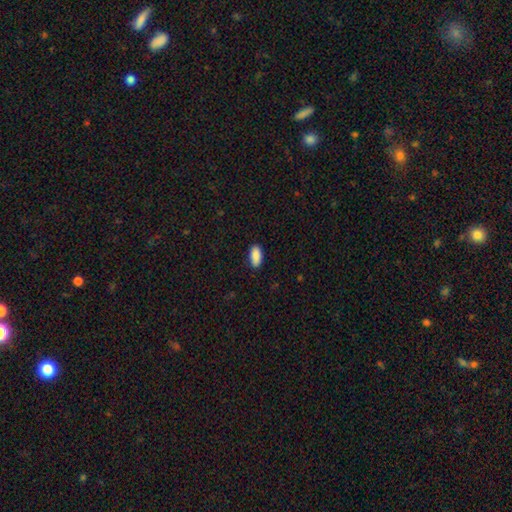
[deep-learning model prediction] Q: Smooth or featured?
A: smooth (90%); runner-up: star or artifact (7%)
Q: How rounded?
A: in between (91%); runner-up: cigar-shaped (7%)
Q: Merging?
A: none (88%); runner-up: minor disturbance (9%)